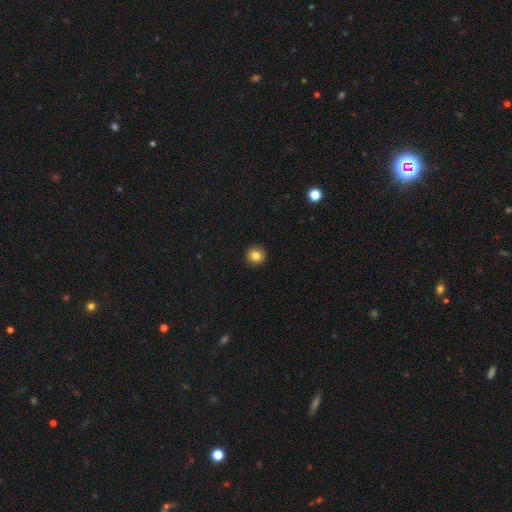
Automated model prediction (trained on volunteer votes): Morphology: type=smooth (84%); roundness=round (95%); merging=none (93%).